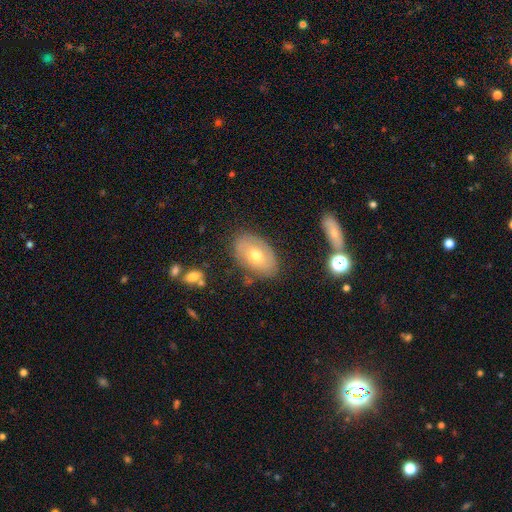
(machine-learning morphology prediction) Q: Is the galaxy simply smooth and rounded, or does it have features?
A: featured or disk — 48%.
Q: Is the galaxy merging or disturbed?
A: none — 75%.